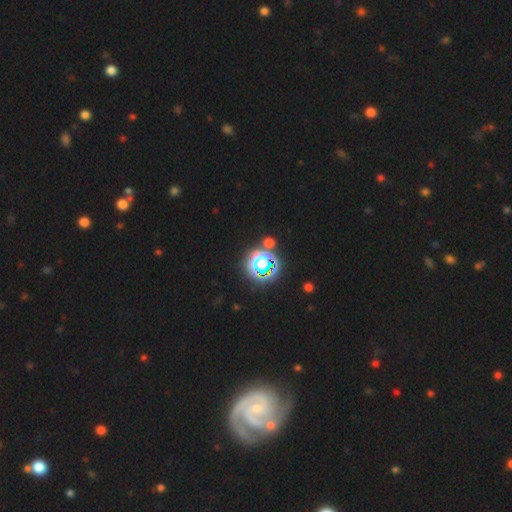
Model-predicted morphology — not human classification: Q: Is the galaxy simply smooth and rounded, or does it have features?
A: star or artifact — 73%.